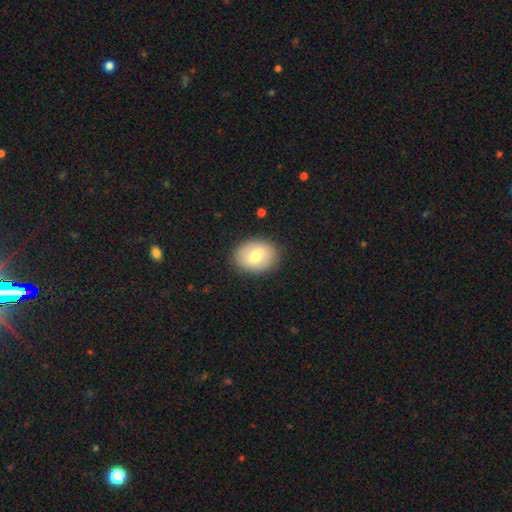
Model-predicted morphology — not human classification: Q: Smooth or featured?
A: smooth (68%); runner-up: featured or disk (25%)
Q: How rounded?
A: in between (65%); runner-up: round (34%)
Q: Merging?
A: none (86%); runner-up: minor disturbance (10%)